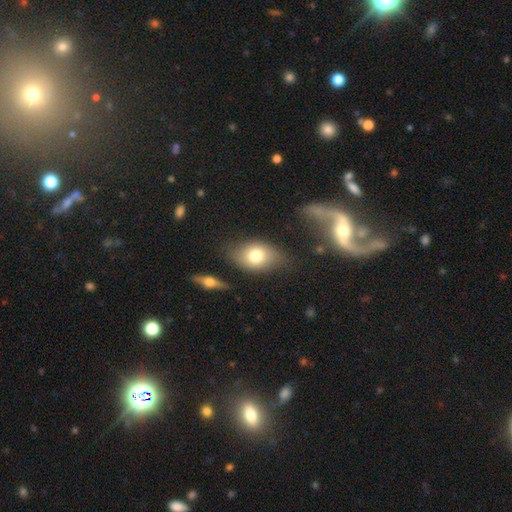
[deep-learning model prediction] The model was most divided on "merging": none: 73%, minor disturbance: 17%, major disturbance: 5%, merger: 4%. More confident: how rounded — in between (81%); smooth or featured — smooth (75%).